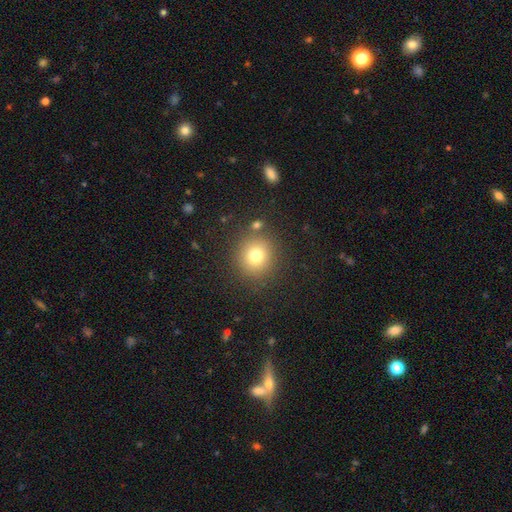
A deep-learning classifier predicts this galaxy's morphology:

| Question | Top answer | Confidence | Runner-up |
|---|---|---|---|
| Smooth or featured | smooth | 75% | star or artifact (14%) |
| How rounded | round | 86% | in between (13%) |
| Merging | none | 83% | minor disturbance (8%) |